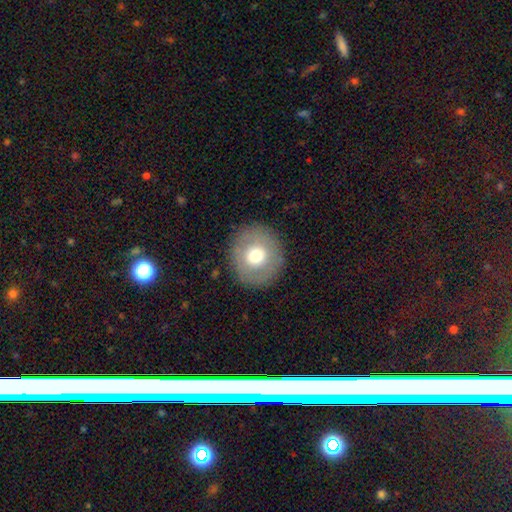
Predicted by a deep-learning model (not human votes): Smooth or featured?
  - smooth: 66% *
  - featured or disk: 25%
  - star or artifact: 9%
How rounded?
  - round: 90% *
  - in between: 9%
  - cigar-shaped: 1%
Merging?
  - none: 88% *
  - minor disturbance: 8%
  - major disturbance: 4%
  - merger: 1%